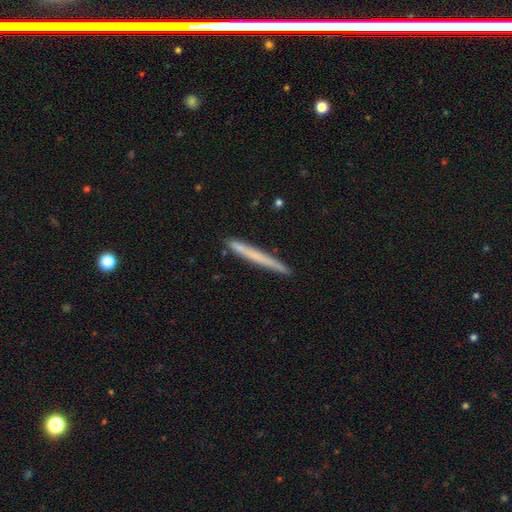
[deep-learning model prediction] Smooth or featured?
  - smooth: 59% *
  - featured or disk: 35%
  - star or artifact: 6%
How rounded?
  - cigar-shaped: 97% *
  - in between: 1%
  - round: 1%
Merging?
  - none: 90% *
  - minor disturbance: 8%
  - merger: 1%
  - major disturbance: 1%